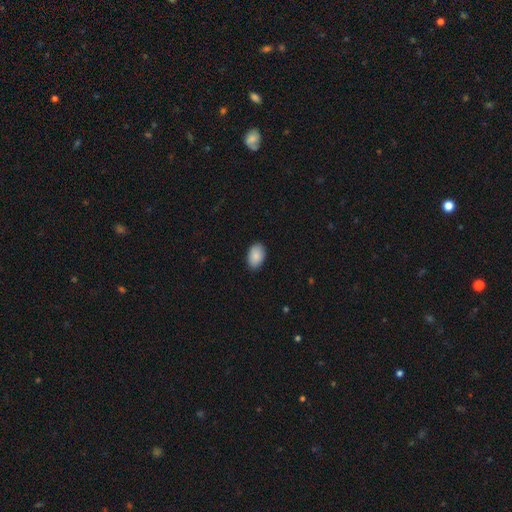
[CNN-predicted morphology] A smooth galaxy with no disk features (89%) that is in between round and cigar-shaped (90%).

Vote fractions:
- Smooth or featured? smooth: 89% / star or artifact: 6% / featured or disk: 4%
- How rounded? in between: 90% / round: 8% / cigar-shaped: 1%
- Merging? none: 87% / minor disturbance: 11% / major disturbance: 2% / merger: 1%